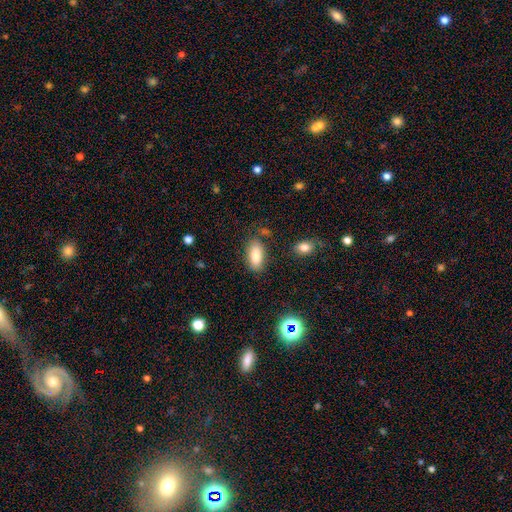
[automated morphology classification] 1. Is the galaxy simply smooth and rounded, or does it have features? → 84% smooth, 8% featured or disk, 8% star or artifact.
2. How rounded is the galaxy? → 88% in between, 9% cigar-shaped, 3% round.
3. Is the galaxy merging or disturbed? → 80% none, 13% minor disturbance, 4% merger, 4% major disturbance.